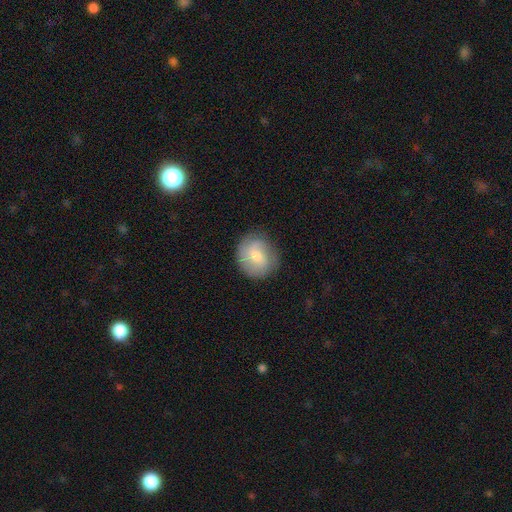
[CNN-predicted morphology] Smooth or featured?
  - smooth: 58% *
  - featured or disk: 35%
  - star or artifact: 7%
How rounded?
  - round: 81% *
  - in between: 18%
  - cigar-shaped: 1%
Merging?
  - none: 79% *
  - minor disturbance: 15%
  - major disturbance: 5%
  - merger: 1%